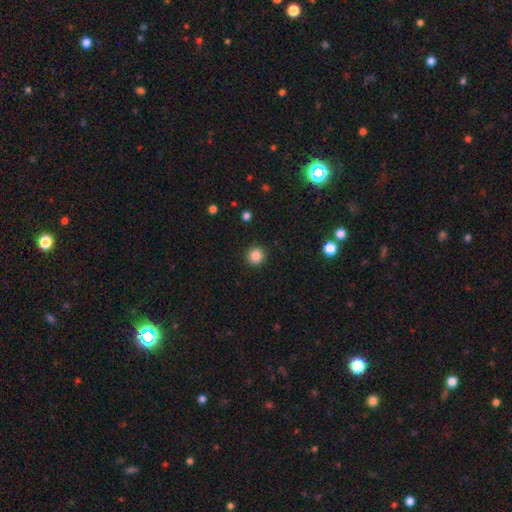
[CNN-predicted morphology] Smooth or featured? Predicted: smooth (p=0.86). How rounded? Predicted: round (p=0.95). Merging? Predicted: none (p=0.92).